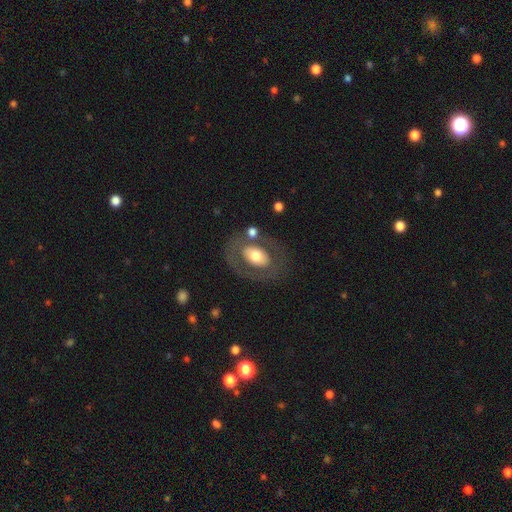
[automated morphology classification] The model was most divided on "smooth or featured": smooth: 50%, featured or disk: 44%, star or artifact: 7%. More confident: merging — none (71%).